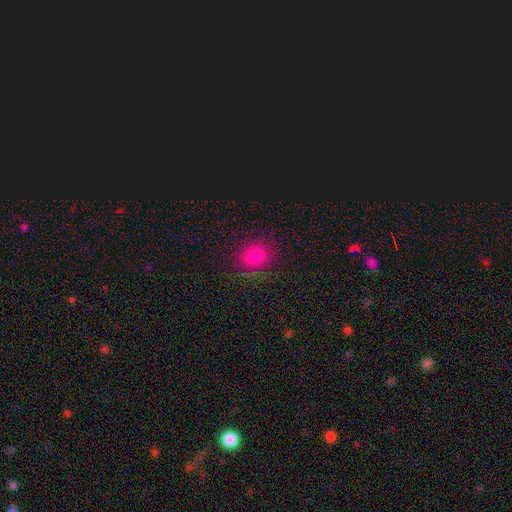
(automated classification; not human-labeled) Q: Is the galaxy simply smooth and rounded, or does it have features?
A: smooth — 78%.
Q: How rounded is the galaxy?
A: round — 68%.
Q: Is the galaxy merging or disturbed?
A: none — 83%.